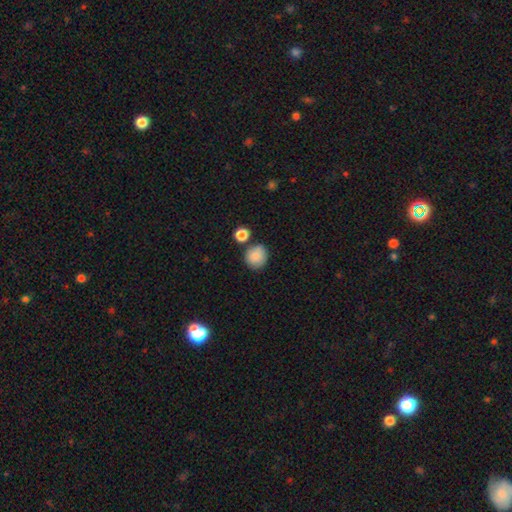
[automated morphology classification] Smooth or featured: smooth — 86% (star or artifact — 8%)
How rounded: round — 87% (in between — 12%)
Merging: none — 73% (minor disturbance — 13%)